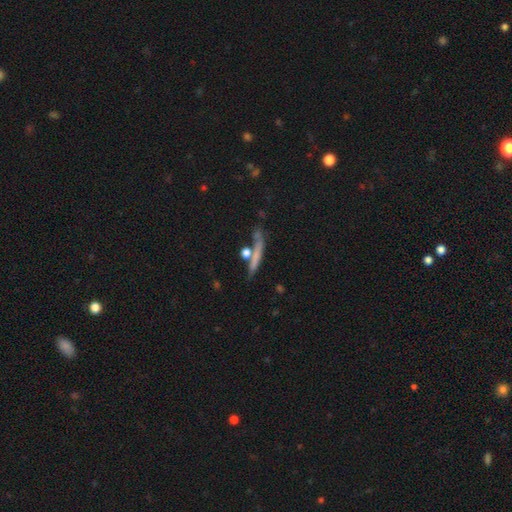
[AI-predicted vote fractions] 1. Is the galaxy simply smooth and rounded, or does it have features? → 56% smooth, 33% featured or disk, 10% star or artifact.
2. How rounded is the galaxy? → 85% cigar-shaped, 8% in between, 7% round.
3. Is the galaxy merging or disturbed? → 68% none, 14% minor disturbance, 13% merger, 6% major disturbance.